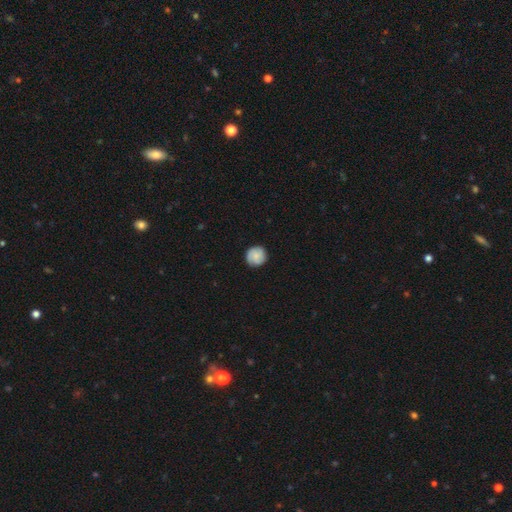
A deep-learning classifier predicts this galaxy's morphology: The model was most divided on "smooth or featured": smooth: 73%, featured or disk: 20%, star or artifact: 7%. More confident: how rounded — round (93%); merging — none (86%).